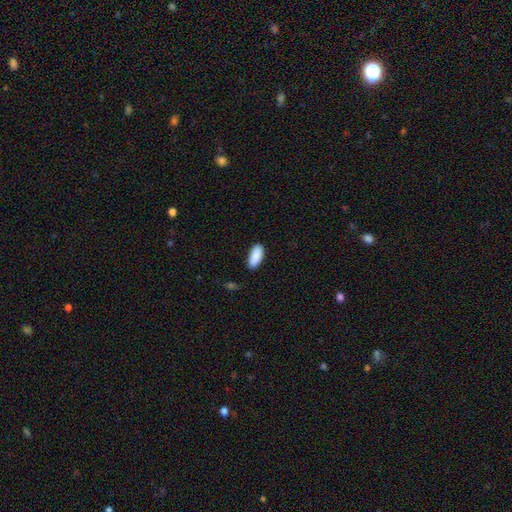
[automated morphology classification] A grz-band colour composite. It shows a smooth galaxy with no disk features (90%) that is in between round and cigar-shaped (89%). Merging: none (84%).